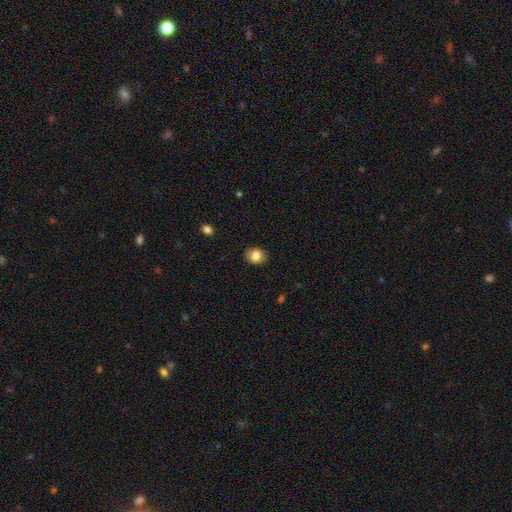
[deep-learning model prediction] smooth_or_featured: smooth (p=0.81) [alt: featured or disk p=0.10]
how_rounded: round (p=0.50) [alt: in between p=0.49]
merging: none (p=0.87) [alt: minor disturbance p=0.10]